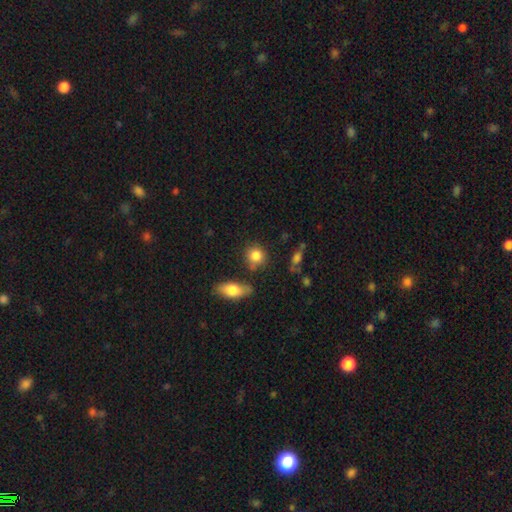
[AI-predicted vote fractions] Smooth or featured? smooth (83%)
How rounded? round (77%)
Merging? none (72%)